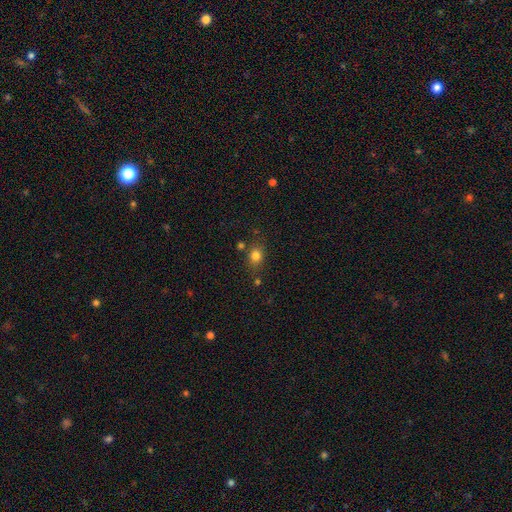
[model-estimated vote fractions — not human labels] Smooth or featured: smooth — 79% (star or artifact — 13%)
How rounded: round — 57% (in between — 42%)
Merging: none — 74% (minor disturbance — 14%)